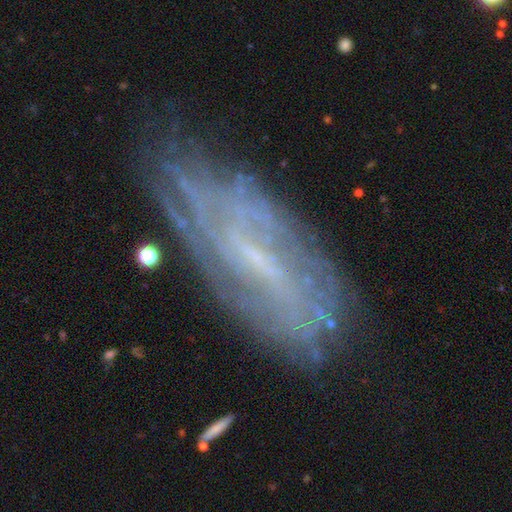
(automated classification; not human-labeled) This appears to be a featured or disk galaxy (72%) with a weak bar (49%), spiral arms (75%) and a small central bulge (58%). Merging: none (68%).